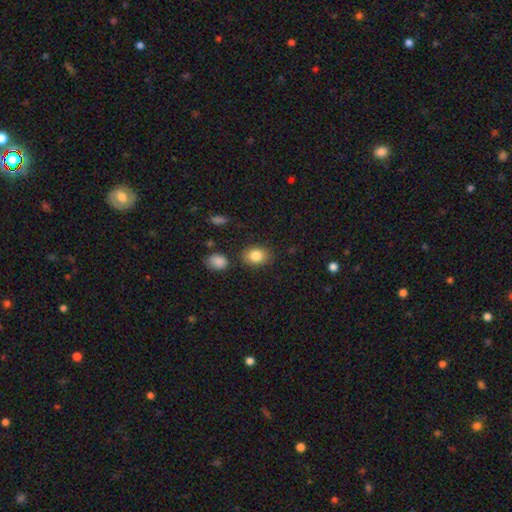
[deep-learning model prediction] Smooth or featured? smooth (84%)
How rounded? in between (65%)
Merging? none (82%)